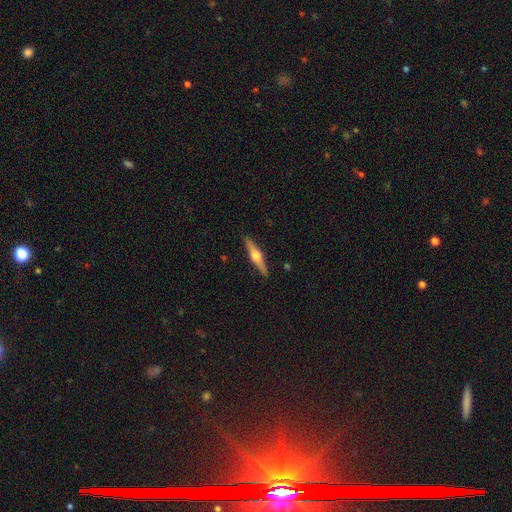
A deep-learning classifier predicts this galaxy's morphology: type=featured or disk (70%); edge-on=yes (97%); edge-on bulge=rounded (95%); merging=none (91%).